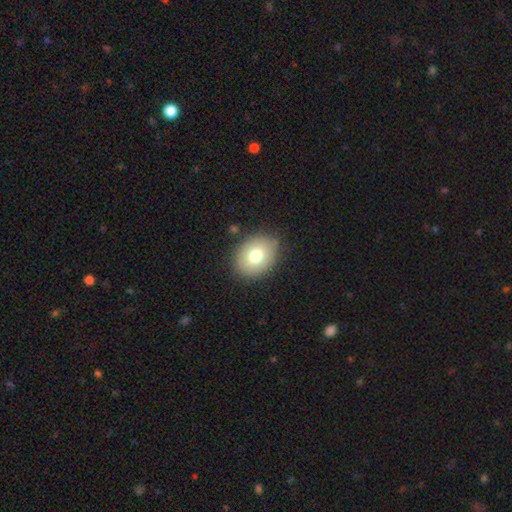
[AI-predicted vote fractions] A smooth galaxy with no disk features (75%) that is in between round and cigar-shaped (55%).

Vote fractions:
- Smooth or featured? smooth: 75% / featured or disk: 16% / star or artifact: 9%
- How rounded? in between: 55% / round: 44% / cigar-shaped: 1%
- Merging? none: 84% / minor disturbance: 11% / major disturbance: 3% / merger: 2%